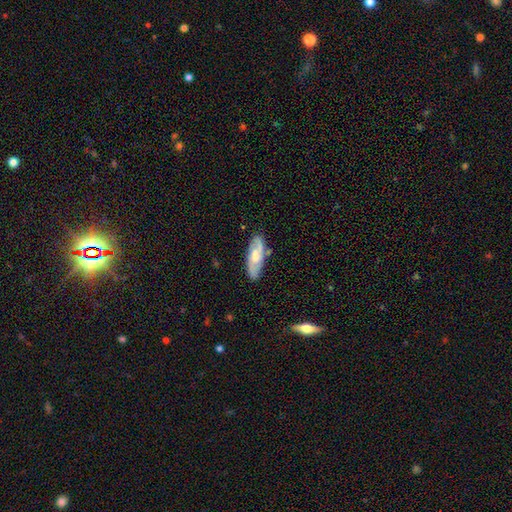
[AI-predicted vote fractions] smooth-or-featured: featured or disk: 61% | smooth: 33% | star or artifact: 6%
  disk-edge-on: no: 84% | yes: 16%
    bar: no: 57% | weak: 36% | strong: 7%
    has-spiral-arms: yes: 89% | no: 11%
    bulge-size: moderate: 43% | small: 24% | large: 16% | none: 15% | dominant: 2%
  merging: none: 79% | minor disturbance: 15% | major disturbance: 4% | merger: 2%